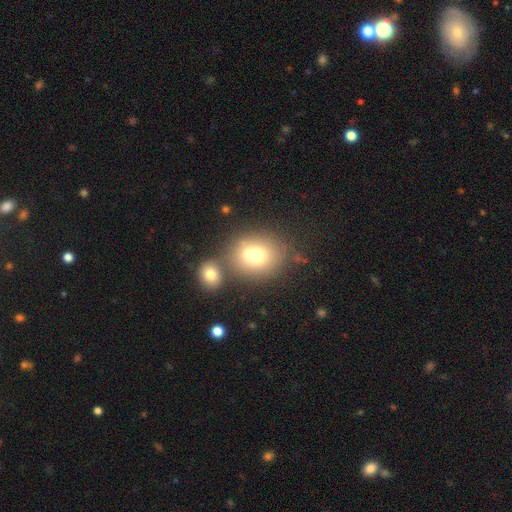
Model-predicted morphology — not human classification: Q: Smooth or featured?
A: smooth (70%); runner-up: featured or disk (17%)
Q: How rounded?
A: round (69%); runner-up: in between (30%)
Q: Merging?
A: none (47%); runner-up: merger (37%)